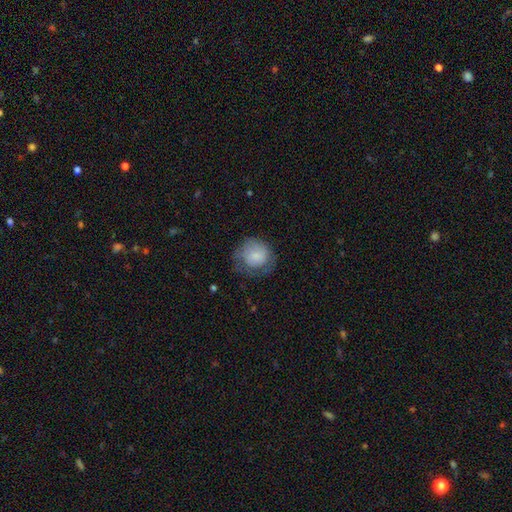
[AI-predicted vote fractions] Smooth or featured: smooth — 71% (featured or disk — 22%)
How rounded: round — 85% (in between — 14%)
Merging: none — 55% (minor disturbance — 27%)